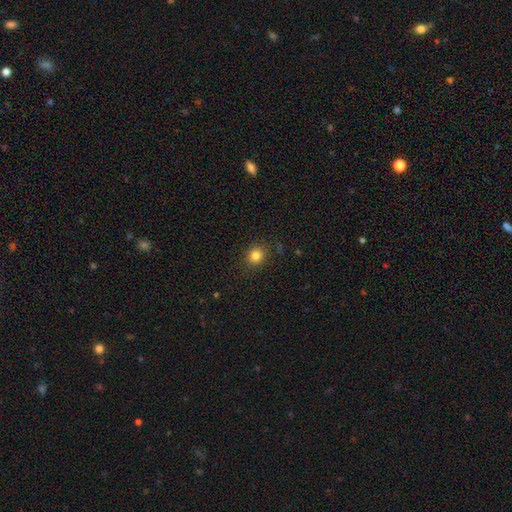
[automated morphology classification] A smooth galaxy with no disk features (82%) that is round (83%).

Vote fractions:
- Smooth or featured? smooth: 82% / star or artifact: 12% / featured or disk: 5%
- How rounded? round: 83% / in between: 16% / cigar-shaped: 1%
- Merging? none: 88% / minor disturbance: 8% / major disturbance: 3% / merger: 1%